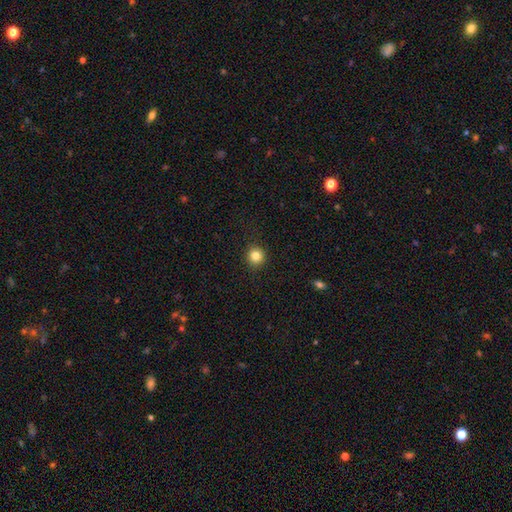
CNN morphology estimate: smooth-or-featured: smooth: 83% | star or artifact: 11% | featured or disk: 5%
  how-rounded: round: 93% | in between: 6% | cigar-shaped: 1%
  merging: none: 91% | minor disturbance: 6% | major disturbance: 2% | merger: 1%